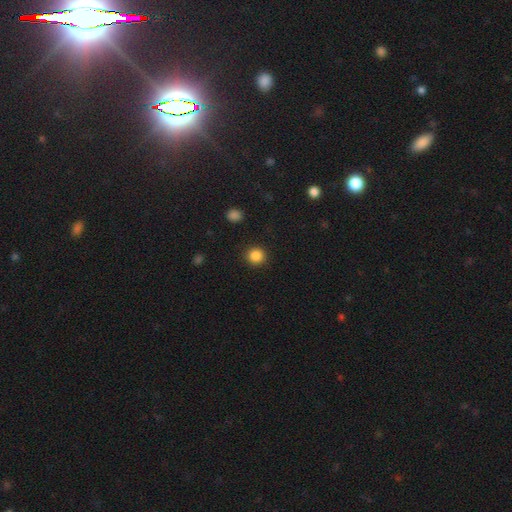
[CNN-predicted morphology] A smooth galaxy with no disk features (86%) that is round (91%).

Vote fractions:
- Smooth or featured? smooth: 86% / star or artifact: 10% / featured or disk: 3%
- How rounded? round: 91% / in between: 8% / cigar-shaped: 1%
- Merging? none: 91% / minor disturbance: 6% / major disturbance: 2% / merger: 1%